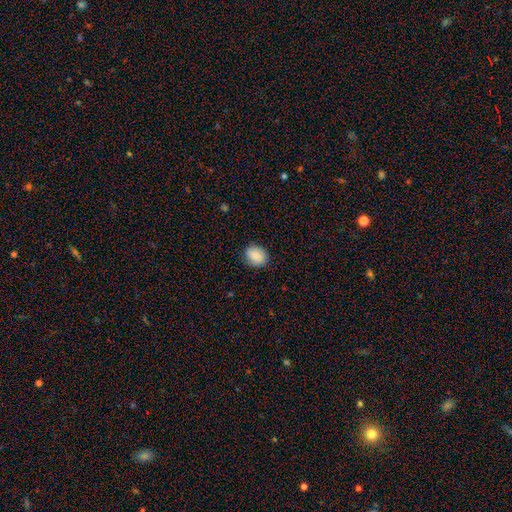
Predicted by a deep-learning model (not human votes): A smooth galaxy with no disk features (86%) that is round (54%). Merging: none (84%).